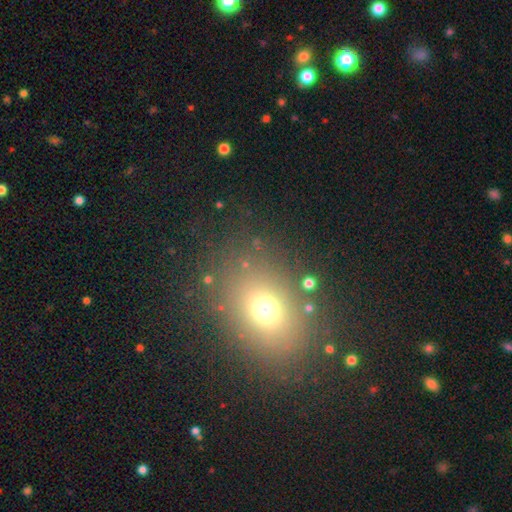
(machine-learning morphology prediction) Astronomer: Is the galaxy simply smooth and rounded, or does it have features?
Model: smooth — 63%.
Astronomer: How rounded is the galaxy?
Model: in between — 55% (runner-up: round, 43%).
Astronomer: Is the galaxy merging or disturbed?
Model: none — 85%.